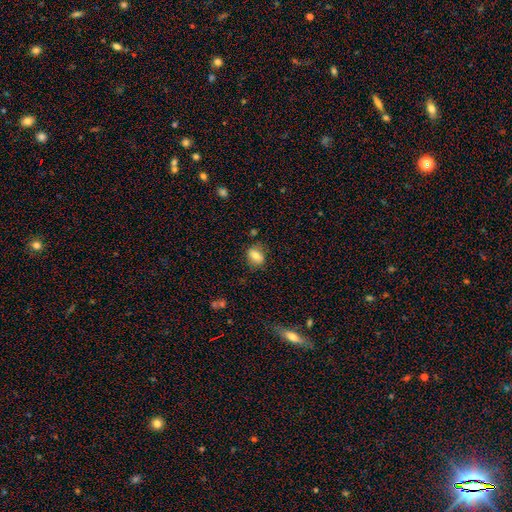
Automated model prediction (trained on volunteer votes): This appears to be a smooth galaxy with no disk features (73%) that is in between round and cigar-shaped (72%). Merging: none (78%).